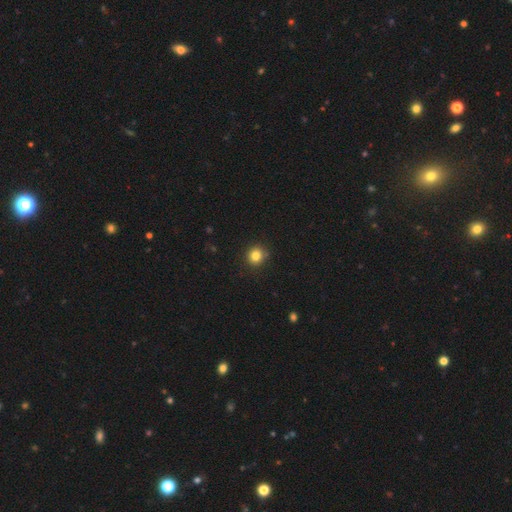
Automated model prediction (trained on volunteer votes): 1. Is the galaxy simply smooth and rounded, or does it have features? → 83% smooth, 12% star or artifact, 5% featured or disk.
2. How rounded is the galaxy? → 89% round, 10% in between, 1% cigar-shaped.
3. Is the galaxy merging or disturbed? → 88% none, 8% minor disturbance, 2% major disturbance, 2% merger.